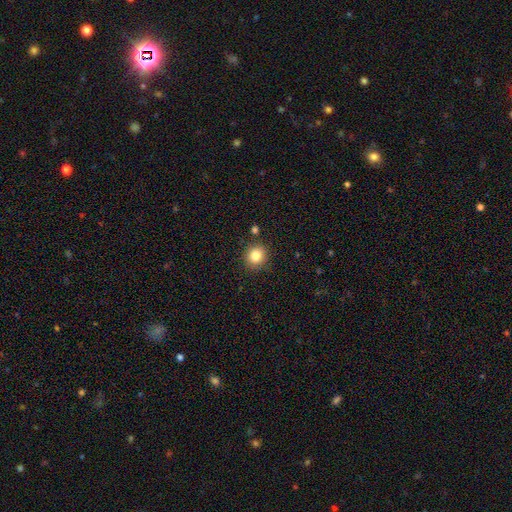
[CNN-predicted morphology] Q: Smooth or featured?
A: smooth (82%); runner-up: star or artifact (11%)
Q: How rounded?
A: round (87%); runner-up: in between (12%)
Q: Merging?
A: none (87%); runner-up: minor disturbance (8%)